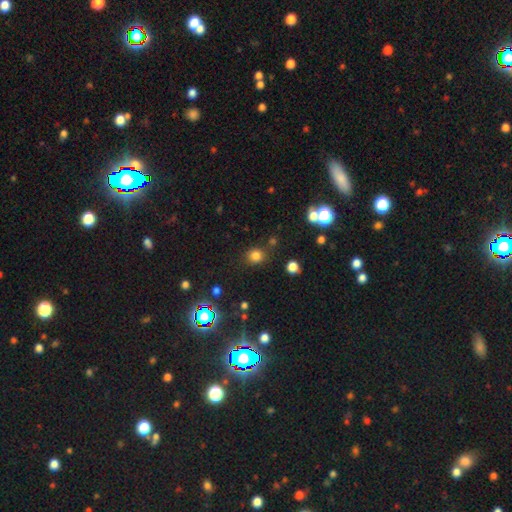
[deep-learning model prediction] Smooth or featured: smooth — 77% (star or artifact — 18%)
How rounded: round — 83% (in between — 16%)
Merging: none — 81% (minor disturbance — 10%)